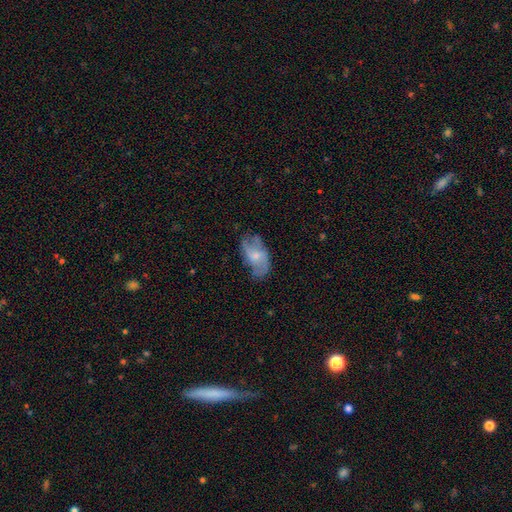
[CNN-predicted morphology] This appears to be a featured or disk galaxy (57%) with no bar (55%), spiral arms (73%) and a small central bulge (50%). Merging: none (56%).